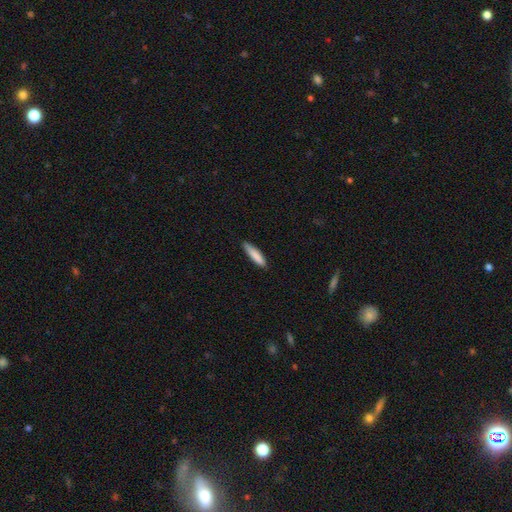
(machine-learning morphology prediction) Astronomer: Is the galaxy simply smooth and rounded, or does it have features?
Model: smooth — 85%.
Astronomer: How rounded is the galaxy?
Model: cigar-shaped — 82%.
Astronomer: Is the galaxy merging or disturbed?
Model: none — 83%.